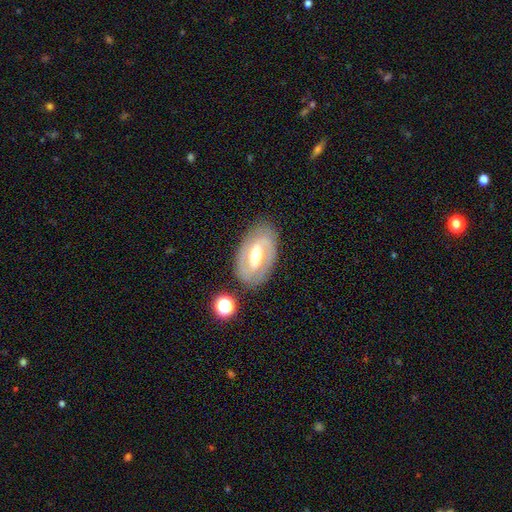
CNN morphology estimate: smooth-or-featured: featured or disk: 79% | smooth: 15% | star or artifact: 6%
  disk-edge-on: no: 94% | yes: 6%
    bar: strong: 45% | weak: 38% | no: 17%
    has-spiral-arms: yes: 80% | no: 20%
      spiral-winding: tight: 45% | medium: 42% | loose: 13%
      spiral-arm-count: 2: 83% | can't tell: 10% | 1: 3% | 3: 2% | 4: 1% | more than 4: 1%
    bulge-size: moderate: 70% | small: 18% | large: 10% | dominant: 1% | none: 1%
  merging: none: 82% | minor disturbance: 12% | major disturbance: 4% | merger: 2%